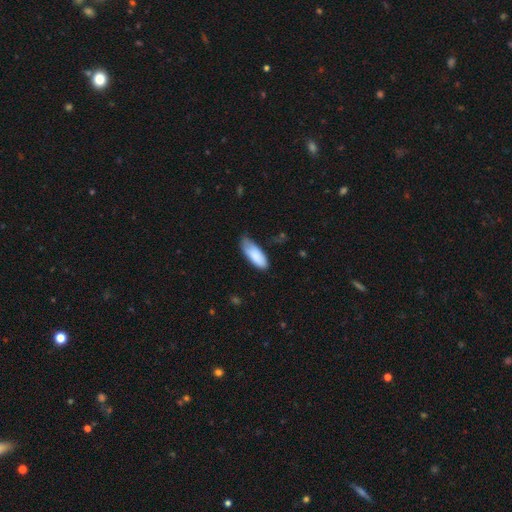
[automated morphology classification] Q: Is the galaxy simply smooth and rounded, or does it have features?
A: smooth — 86%.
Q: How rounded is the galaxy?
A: in between — 75%.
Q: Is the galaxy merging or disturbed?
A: none — 51%.